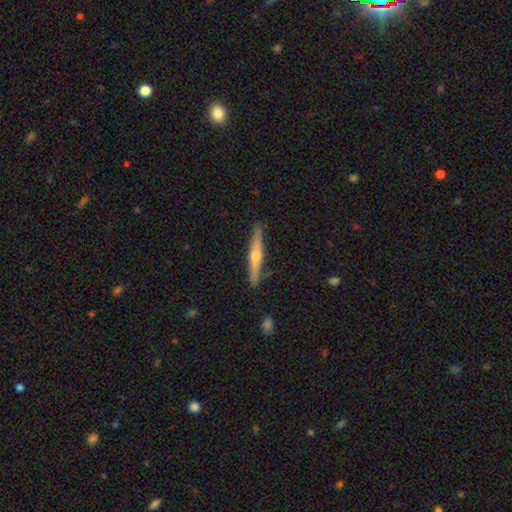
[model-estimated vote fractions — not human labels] Smooth or featured? featured or disk (68%)
Edge-on disk? yes (97%)
Edge-on bulge? rounded (91%)
Merging? none (89%)